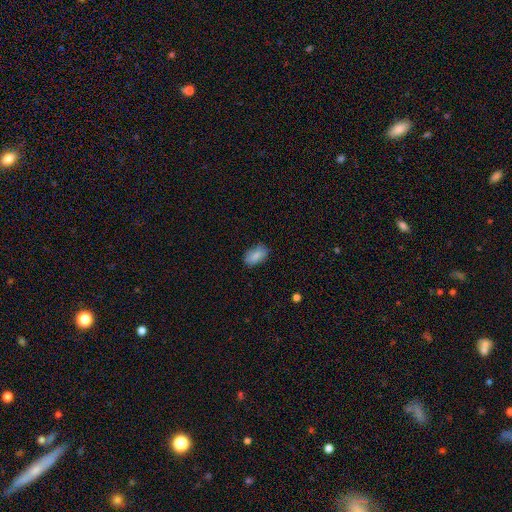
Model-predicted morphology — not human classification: Q: Smooth or featured?
A: smooth (85%); runner-up: featured or disk (8%)
Q: How rounded?
A: in between (91%); runner-up: round (5%)
Q: Merging?
A: none (80%); runner-up: minor disturbance (16%)